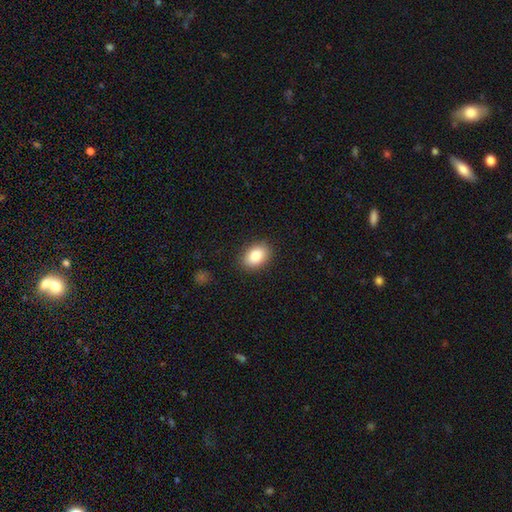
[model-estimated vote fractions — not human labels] smooth 85%, star or artifact 8%, featured or disk 7%. Down the decision tree: how rounded — in between (82%); merging — none (88%).